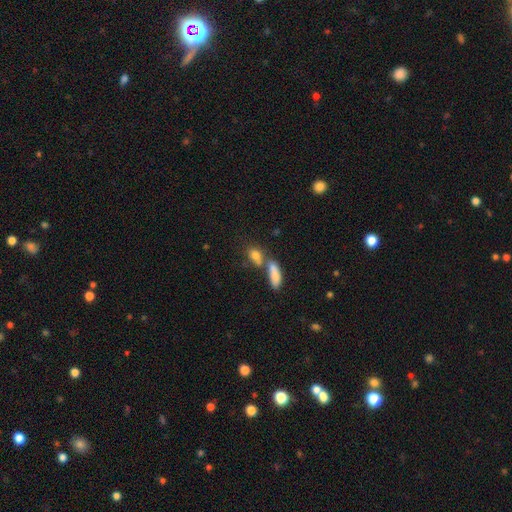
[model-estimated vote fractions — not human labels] Morphology: type=smooth (80%); roundness=in between (69%); merging=merger (44%).